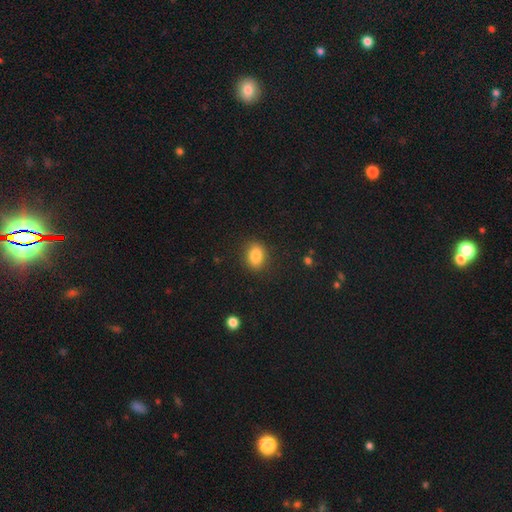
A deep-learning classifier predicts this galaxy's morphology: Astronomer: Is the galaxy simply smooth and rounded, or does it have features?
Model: smooth — 84%.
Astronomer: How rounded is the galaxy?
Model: in between — 68%.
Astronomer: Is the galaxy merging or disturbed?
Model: none — 87%.